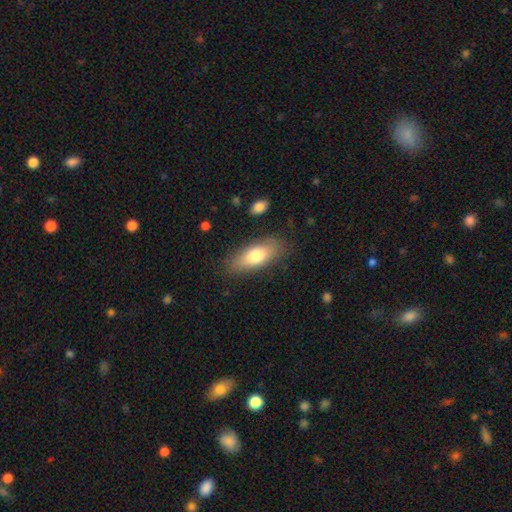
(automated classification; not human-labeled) smooth 74%, featured or disk 20%, star or artifact 6%. Down the decision tree: how rounded — in between (78%); merging — none (81%).